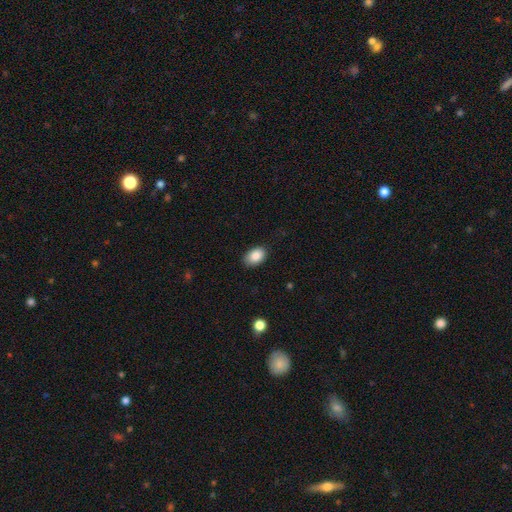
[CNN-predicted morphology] Smooth or featured? smooth (87%)
How rounded? in between (85%)
Merging? none (85%)